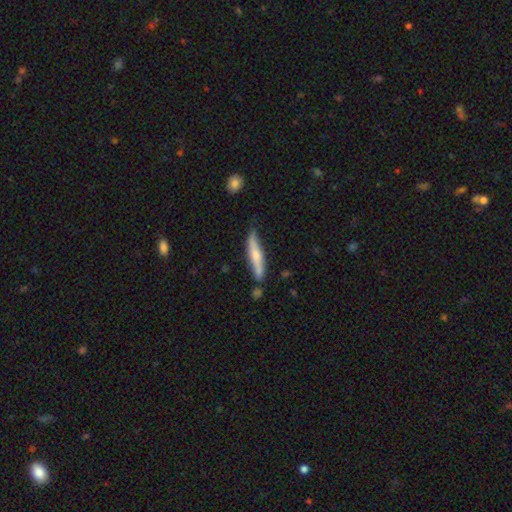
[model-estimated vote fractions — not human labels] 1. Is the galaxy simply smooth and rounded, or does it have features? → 55% smooth, 40% featured or disk, 5% star or artifact.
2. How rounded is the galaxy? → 88% cigar-shaped, 11% in between, 2% round.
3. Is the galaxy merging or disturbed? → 66% none, 24% minor disturbance, 6% merger, 4% major disturbance.